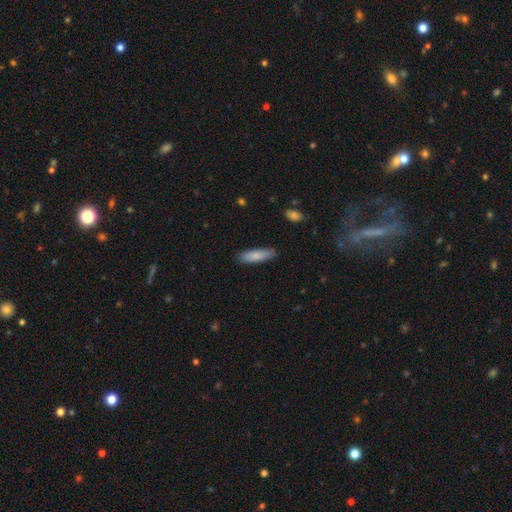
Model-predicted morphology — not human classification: Q: Smooth or featured?
A: smooth (82%); runner-up: featured or disk (13%)
Q: How rounded?
A: cigar-shaped (65%); runner-up: in between (34%)
Q: Merging?
A: none (87%); runner-up: minor disturbance (10%)